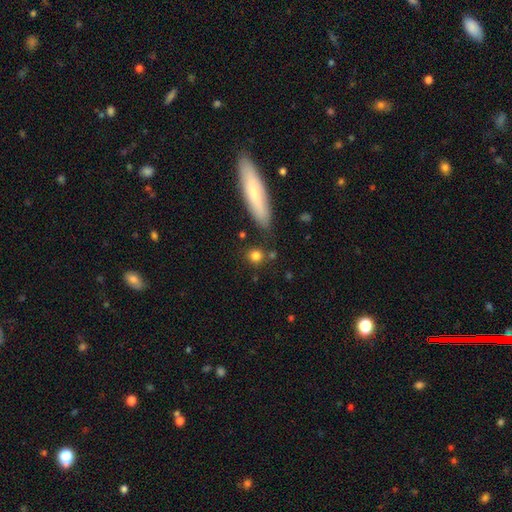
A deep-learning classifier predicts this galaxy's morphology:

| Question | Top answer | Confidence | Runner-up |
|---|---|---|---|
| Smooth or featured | smooth | 82% | star or artifact (11%) |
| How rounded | round | 81% | in between (14%) |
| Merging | none | 80% | minor disturbance (10%) |